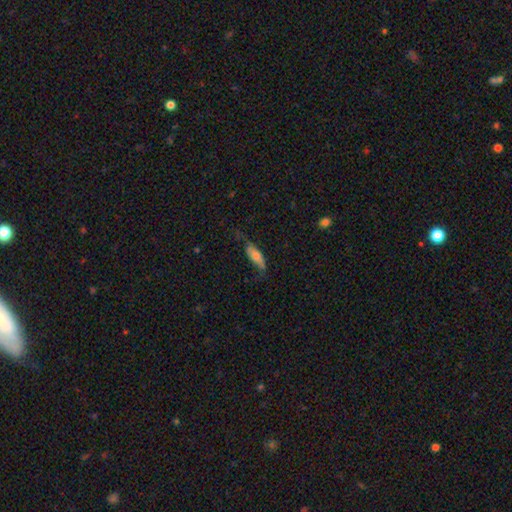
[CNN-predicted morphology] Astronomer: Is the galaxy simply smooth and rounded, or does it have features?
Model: smooth — 62%.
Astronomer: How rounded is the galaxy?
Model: in between — 66%.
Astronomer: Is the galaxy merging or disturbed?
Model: none — 47% (runner-up: minor disturbance, 33%).